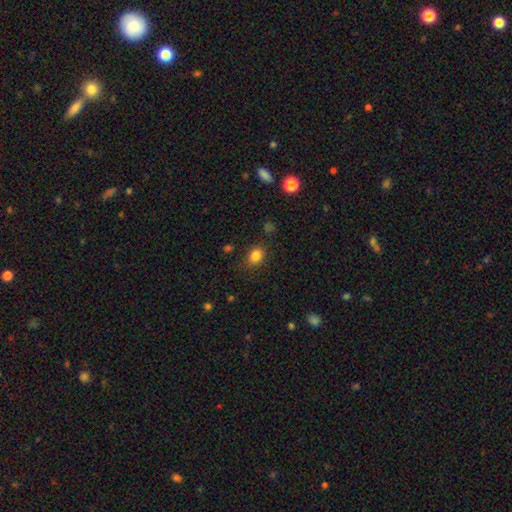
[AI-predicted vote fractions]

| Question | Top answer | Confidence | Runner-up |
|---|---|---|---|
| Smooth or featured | smooth | 83% | star or artifact (12%) |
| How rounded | round | 59% | in between (40%) |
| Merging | none | 81% | minor disturbance (13%) |